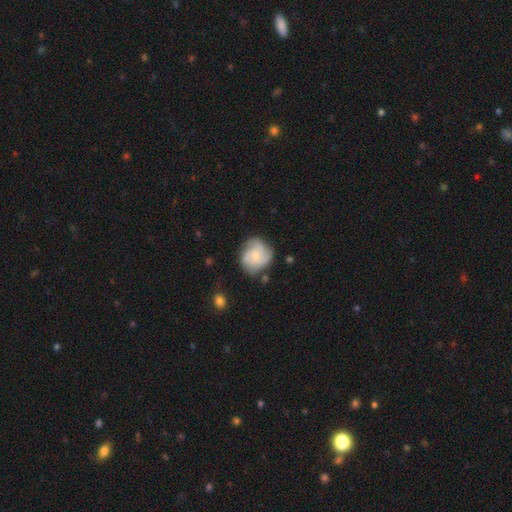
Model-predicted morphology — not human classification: smooth-or-featured: featured or disk: 51% | smooth: 42% | star or artifact: 7%
  disk-edge-on: no: 98% | yes: 2%
  merging: none: 63% | minor disturbance: 25% | major disturbance: 8% | merger: 3%